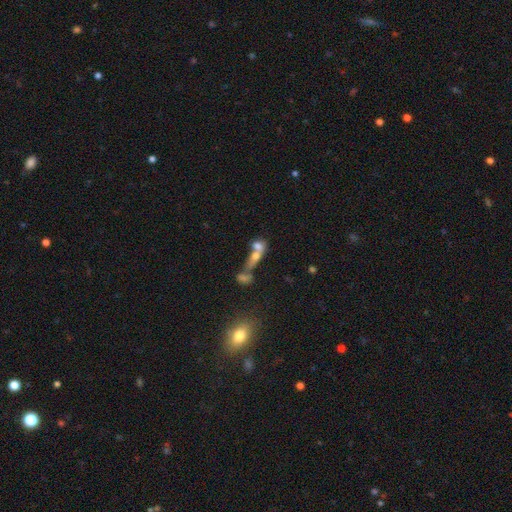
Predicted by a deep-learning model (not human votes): A smooth galaxy with no disk features (58%) that is in between round and cigar-shaped (56%). Merging: merger (67%).